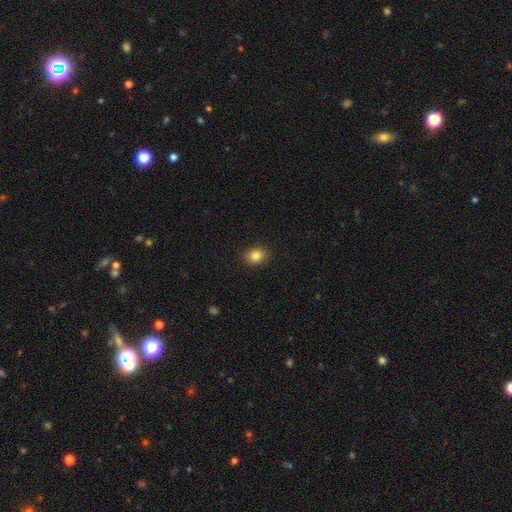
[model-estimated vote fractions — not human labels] A smooth galaxy with no disk features (84%) that is round (61%). Merging: none (91%).